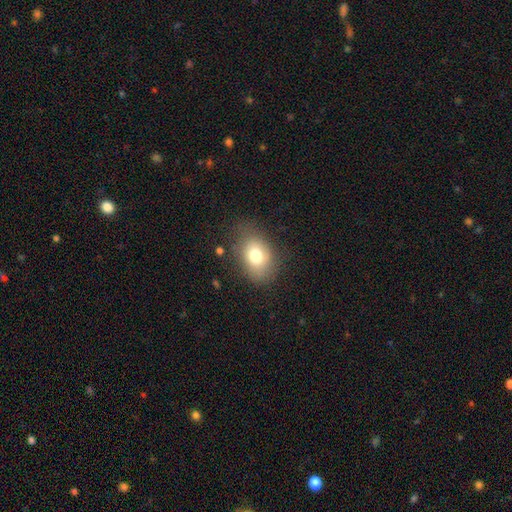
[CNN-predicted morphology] smooth 75%, featured or disk 15%, star or artifact 10%. Down the decision tree: how rounded — in between (70%); merging — none (68%).